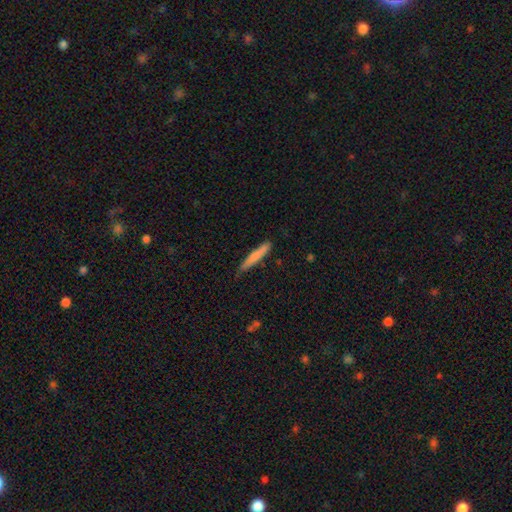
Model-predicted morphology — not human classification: Q: Smooth or featured?
A: smooth (75%); runner-up: featured or disk (19%)
Q: How rounded?
A: cigar-shaped (94%); runner-up: in between (5%)
Q: Merging?
A: none (78%); runner-up: minor disturbance (18%)